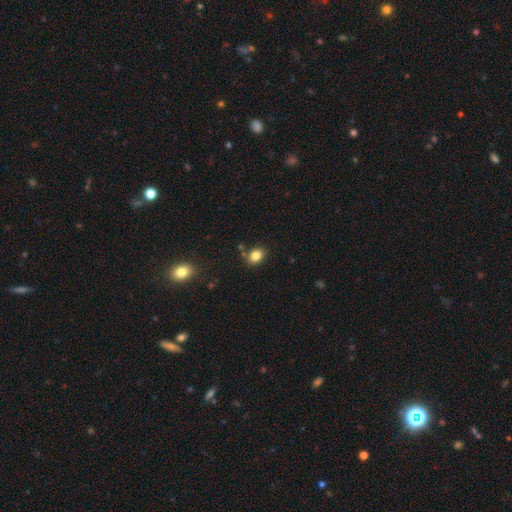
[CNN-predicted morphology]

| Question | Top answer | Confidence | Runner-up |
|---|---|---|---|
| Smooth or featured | smooth | 83% | star or artifact (11%) |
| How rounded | in between | 52% | round (47%) |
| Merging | none | 80% | minor disturbance (11%) |